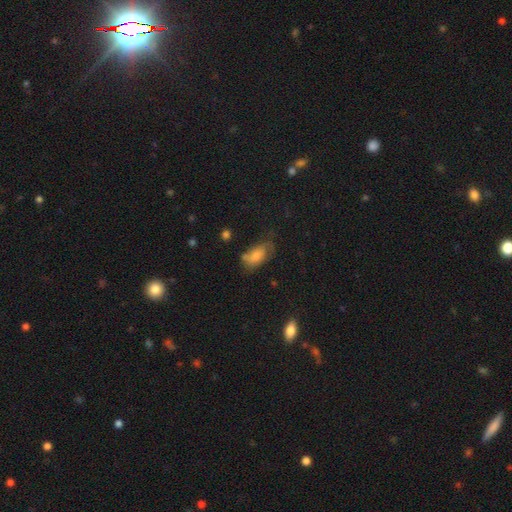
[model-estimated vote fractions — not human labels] Smooth or featured? Predicted: smooth (p=0.65). How rounded? Predicted: in between (p=0.90). Merging? Predicted: none (p=0.48).